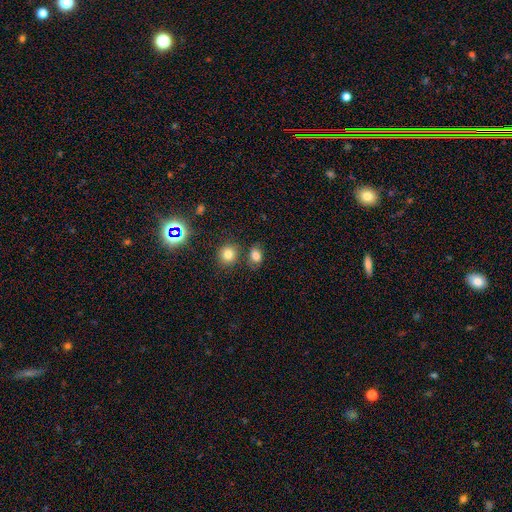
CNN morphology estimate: Smooth or featured? Predicted: smooth (p=0.81). How rounded? Predicted: in between (p=0.68). Merging? Predicted: none (p=0.69).